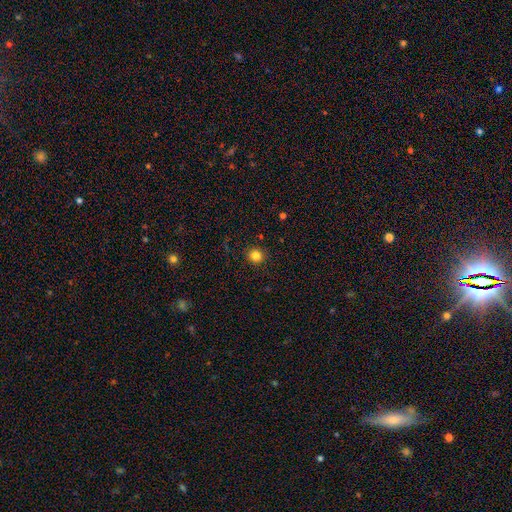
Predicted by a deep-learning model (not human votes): smooth 82%, star or artifact 13%, featured or disk 5%. Down the decision tree: how rounded — round (91%); merging — none (91%).